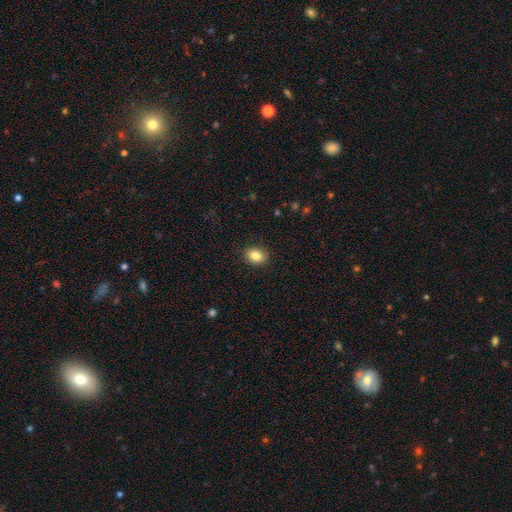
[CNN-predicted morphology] A smooth galaxy with no disk features (84%) that is in between round and cigar-shaped (56%). Merging: none (89%).